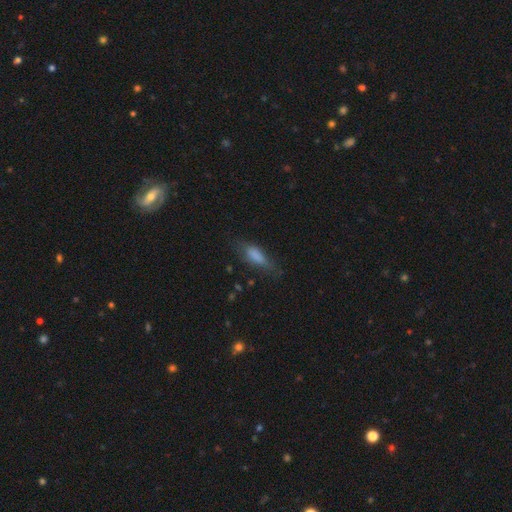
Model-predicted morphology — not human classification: This is likely a smooth galaxy (76%). How rounded: likely in between (62%). Merging: possibly none (54%).